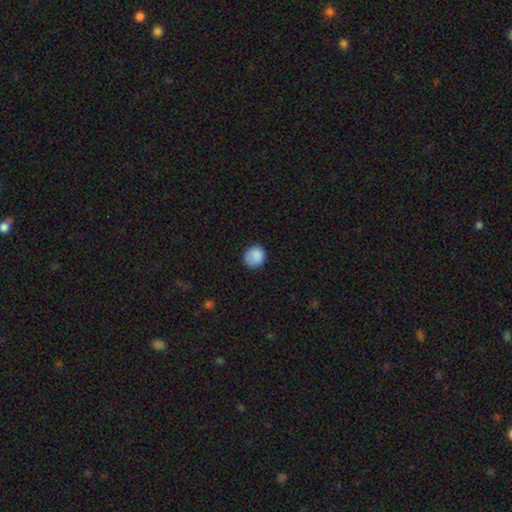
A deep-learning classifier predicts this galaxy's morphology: Smooth or featured? smooth (86%)
How rounded? round (83%)
Merging? none (76%)